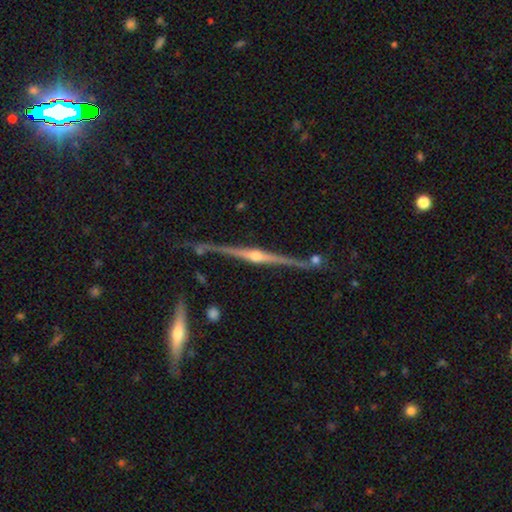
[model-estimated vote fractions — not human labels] Smooth or featured: featured or disk — 89% (star or artifact — 6%)
Edge-on disk: yes — 98% (no — 2%)
Edge-on bulge: rounded — 93% (none — 3%)
Merging: none — 79% (minor disturbance — 13%)